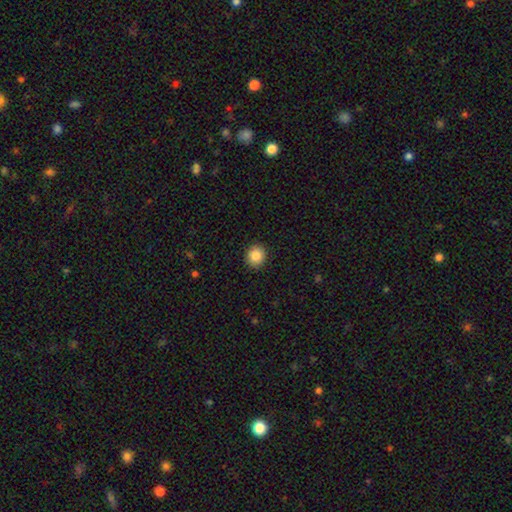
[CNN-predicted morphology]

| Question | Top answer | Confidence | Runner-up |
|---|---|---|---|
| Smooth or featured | smooth | 86% | star or artifact (9%) |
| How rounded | round | 86% | in between (13%) |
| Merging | none | 92% | minor disturbance (6%) |